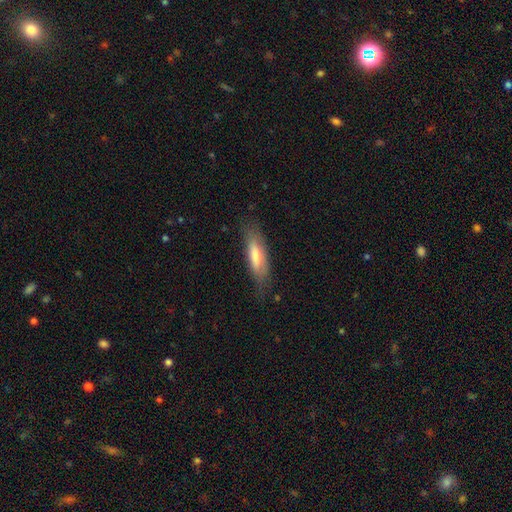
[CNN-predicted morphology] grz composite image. It shows a smooth galaxy with no disk features (66%) that is cigar-shaped (65%). Merging: none (74%).